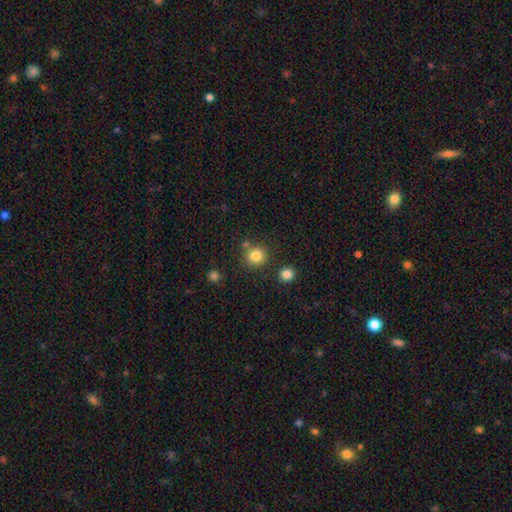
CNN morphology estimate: smooth-or-featured: smooth: 83% | star or artifact: 11% | featured or disk: 6%
  how-rounded: round: 93% | in between: 7% | cigar-shaped: 1%
  merging: none: 79% | merger: 9% | minor disturbance: 9% | major disturbance: 3%